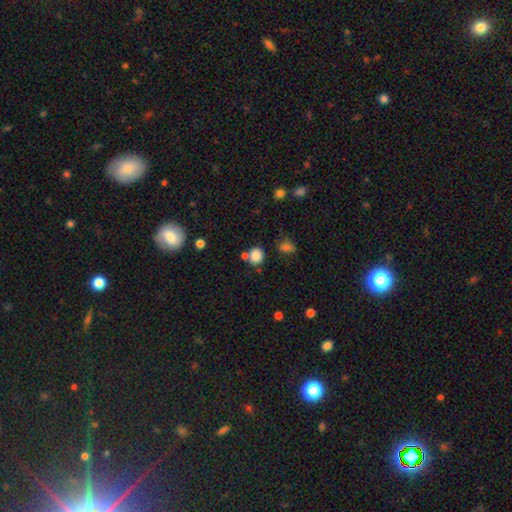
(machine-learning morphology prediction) Q: Smooth or featured?
A: smooth (83%); runner-up: star or artifact (12%)
Q: How rounded?
A: round (81%); runner-up: in between (18%)
Q: Merging?
A: none (64%); runner-up: merger (20%)